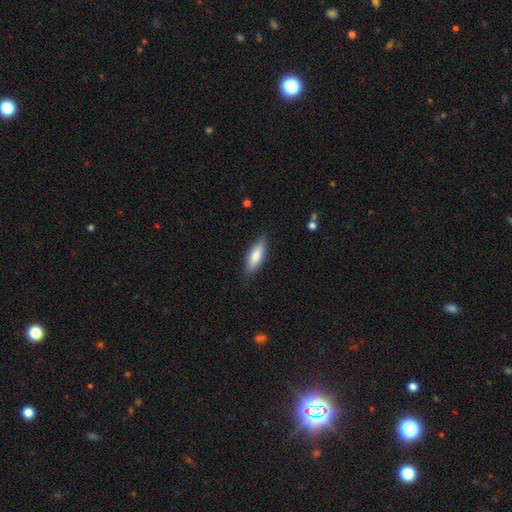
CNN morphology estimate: smooth_or_featured: smooth (p=0.74) [alt: featured or disk p=0.20]
how_rounded: in between (p=0.53) [alt: cigar-shaped p=0.45]
merging: none (p=0.82) [alt: minor disturbance p=0.14]